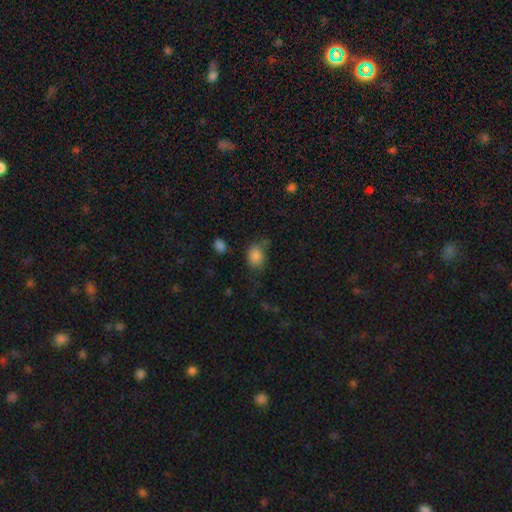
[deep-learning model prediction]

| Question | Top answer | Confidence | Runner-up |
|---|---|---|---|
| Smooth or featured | smooth | 84% | star or artifact (10%) |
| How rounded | in between | 53% | round (46%) |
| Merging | none | 61% | minor disturbance (25%) |